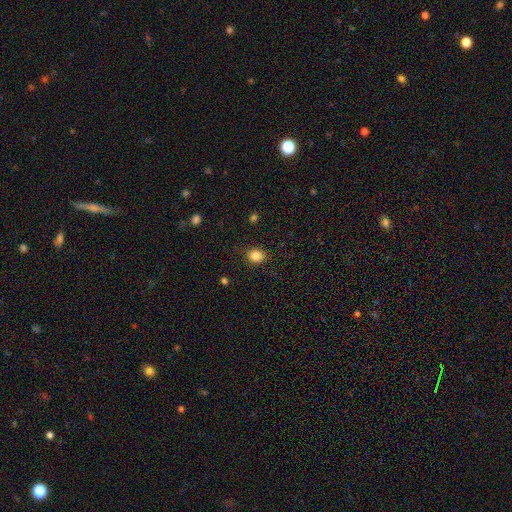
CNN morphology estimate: Smooth or featured? smooth (85%)
How rounded? round (67%)
Merging? none (88%)